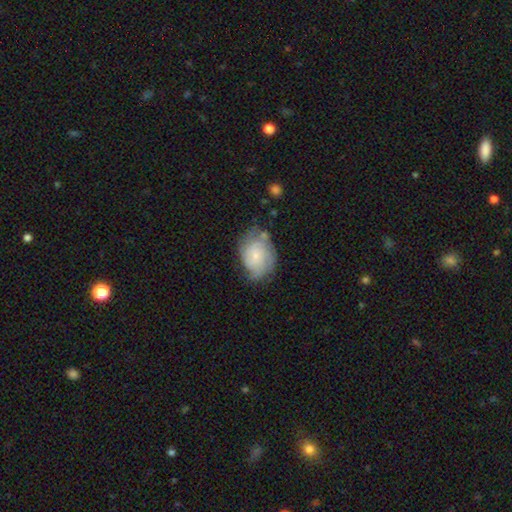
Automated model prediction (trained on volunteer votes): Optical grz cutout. It shows a featured or disk galaxy (63%) with no bar (74%), tight (51%) spiral arms (89%) and a small central bulge (70%). Merging: none (59%).